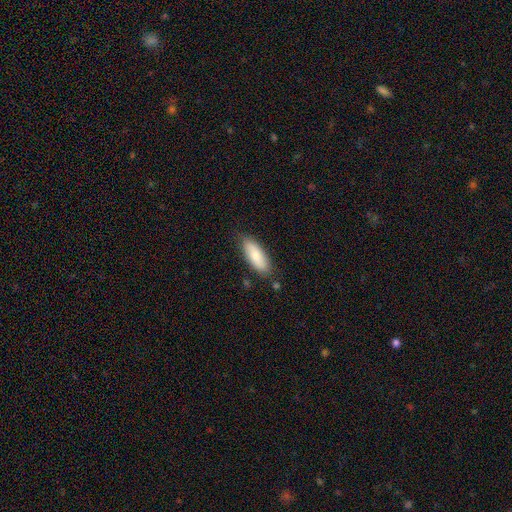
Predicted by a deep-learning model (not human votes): Q: Smooth or featured?
A: smooth (76%); runner-up: featured or disk (18%)
Q: How rounded?
A: in between (73%); runner-up: cigar-shaped (25%)
Q: Merging?
A: none (80%); runner-up: minor disturbance (15%)